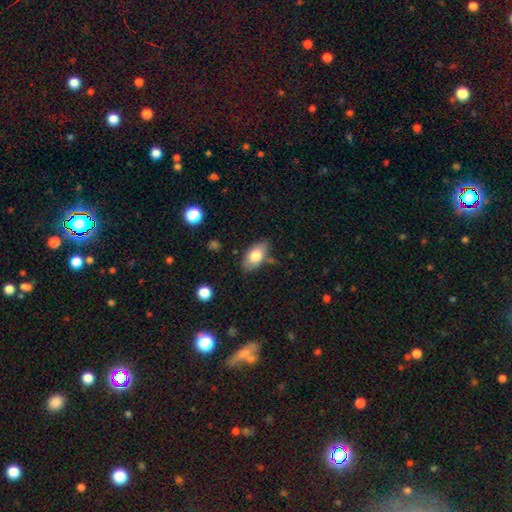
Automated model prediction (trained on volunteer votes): A smooth galaxy with no disk features (79%) that is in between round and cigar-shaped (92%). Merging: none (73%).